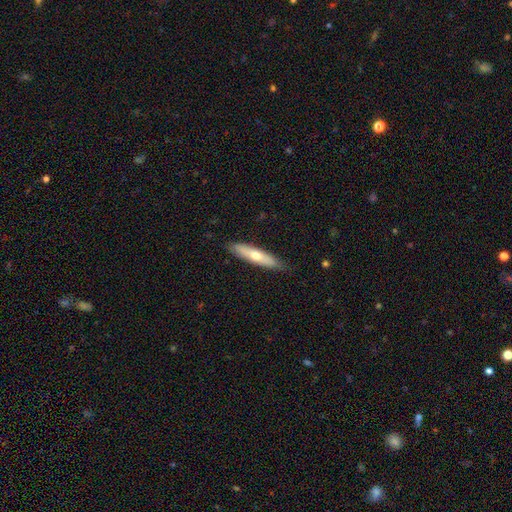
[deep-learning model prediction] Morphology: type=smooth (54%); roundness=cigar-shaped (78%); merging=none (84%).